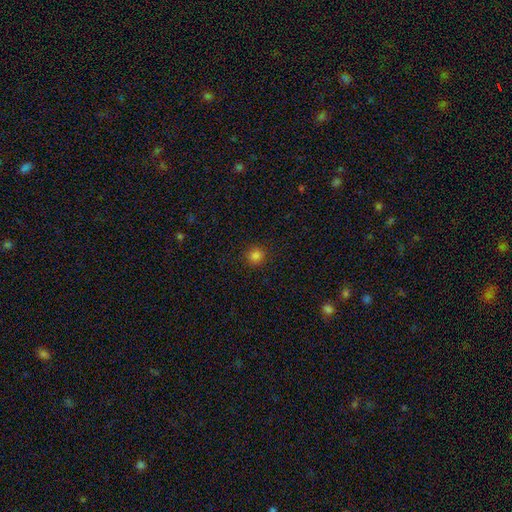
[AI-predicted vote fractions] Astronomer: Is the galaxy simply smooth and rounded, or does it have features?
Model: smooth — 82%.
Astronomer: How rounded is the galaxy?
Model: round — 91%.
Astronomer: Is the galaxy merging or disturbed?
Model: none — 91%.